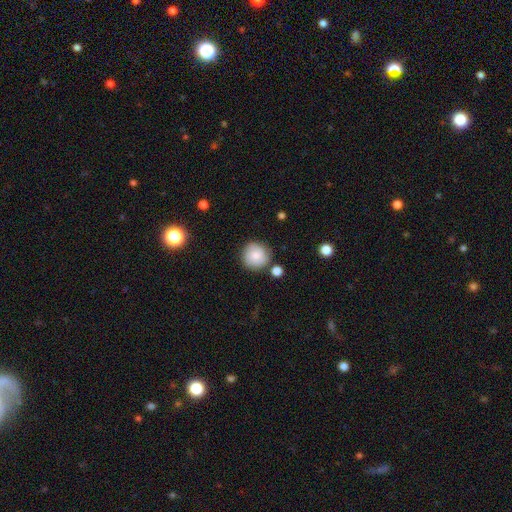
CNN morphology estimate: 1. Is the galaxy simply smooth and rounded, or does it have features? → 75% smooth, 17% featured or disk, 8% star or artifact.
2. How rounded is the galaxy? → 94% round, 5% in between, 1% cigar-shaped.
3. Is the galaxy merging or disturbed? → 80% none, 12% minor disturbance, 5% merger, 3% major disturbance.